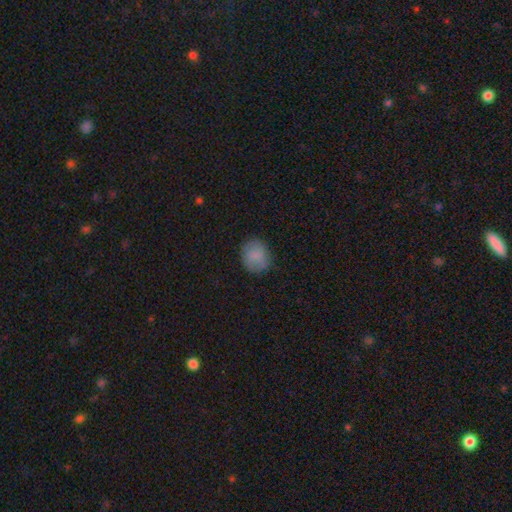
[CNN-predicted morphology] This is clearly a smooth galaxy (82%). How rounded: likely round (75%). Merging: clearly none (81%).